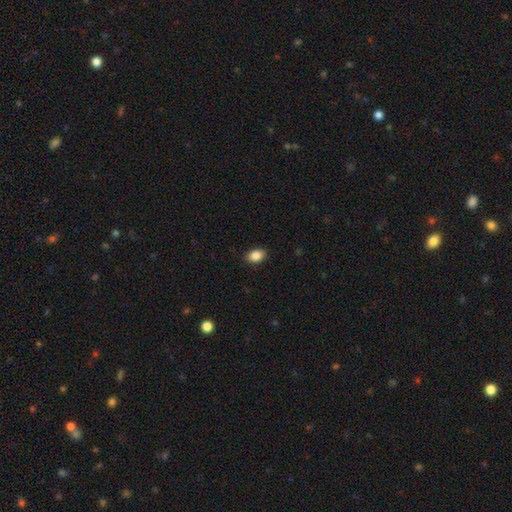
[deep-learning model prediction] A smooth galaxy with no disk features (87%) that is in between round and cigar-shaped (84%).

Vote fractions:
- Smooth or featured? smooth: 87% / star or artifact: 8% / featured or disk: 5%
- How rounded? in between: 84% / round: 14% / cigar-shaped: 1%
- Merging? none: 88% / minor disturbance: 9% / major disturbance: 2% / merger: 1%